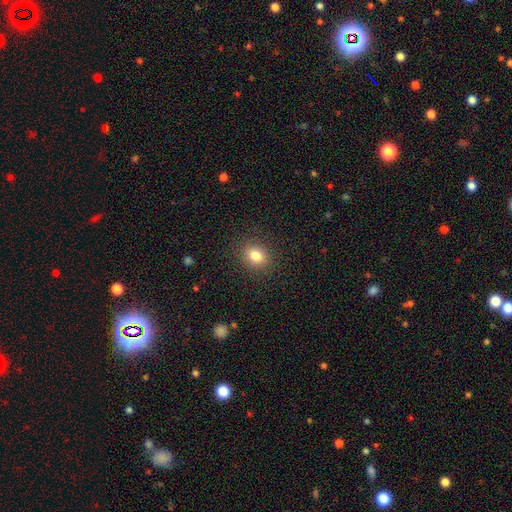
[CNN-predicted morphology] Overall: smooth (81%). How rounded: round (57%; in between 42%). Merging: none (88%).